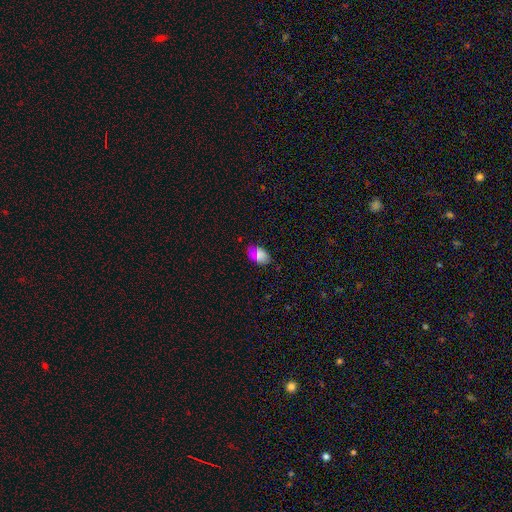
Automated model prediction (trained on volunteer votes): A smooth galaxy with no disk features (62%) that is in between round and cigar-shaped (87%).

Vote fractions:
- Smooth or featured? smooth: 62% / featured or disk: 21% / star or artifact: 17%
- How rounded? in between: 87% / round: 11% / cigar-shaped: 2%
- Merging? none: 66% / minor disturbance: 24% / major disturbance: 7% / merger: 2%